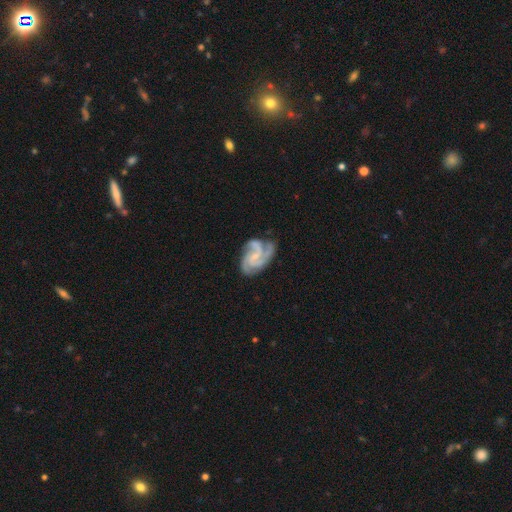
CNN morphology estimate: Smooth or featured?
  - featured or disk: 90% *
  - smooth: 6%
  - star or artifact: 5%
Edge-on disk?
  - no: 98% *
  - yes: 2%
Bar?
  - no: 51% *
  - weak: 38%
  - strong: 11%
Spiral arms?
  - yes: 98% *
  - no: 2%
Spiral winding?
  - medium: 51% *
  - tight: 38%
  - loose: 11%
Spiral arm count?
  - 3: 64% *
  - 4: 12%
  - 2: 11%
  - can't tell: 6%
  - 1: 4%
  - more than 4: 4%
Bulge size?
  - small: 67% *
  - moderate: 19%
  - none: 12%
  - large: 1%
  - dominant: 1%
Merging?
  - none: 65% *
  - minor disturbance: 22%
  - major disturbance: 11%
  - merger: 2%